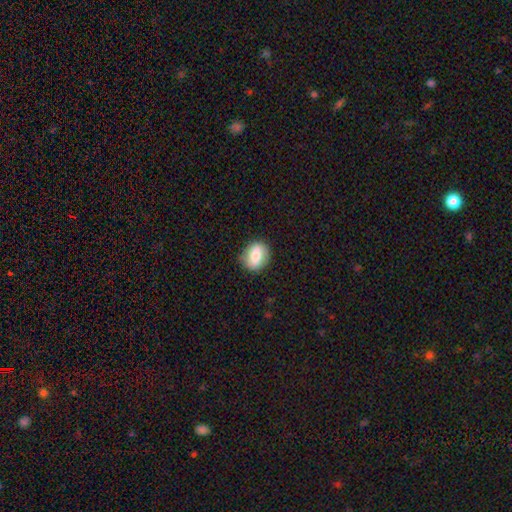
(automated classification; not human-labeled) A smooth galaxy with no disk features (75%) that is in between round and cigar-shaped (54%). Merging: none (84%).